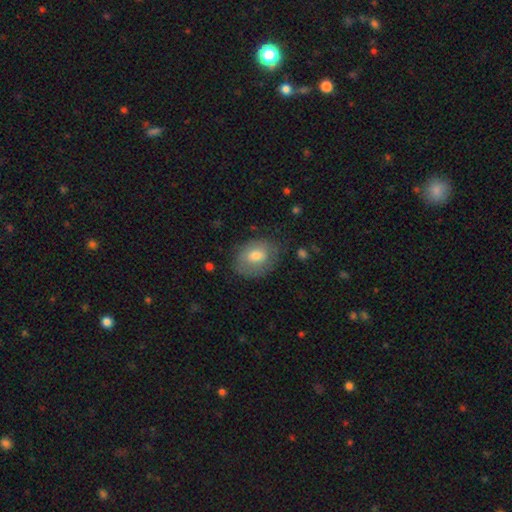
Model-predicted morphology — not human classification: Smooth or featured? smooth (69%)
How rounded? in between (65%)
Merging? none (69%)